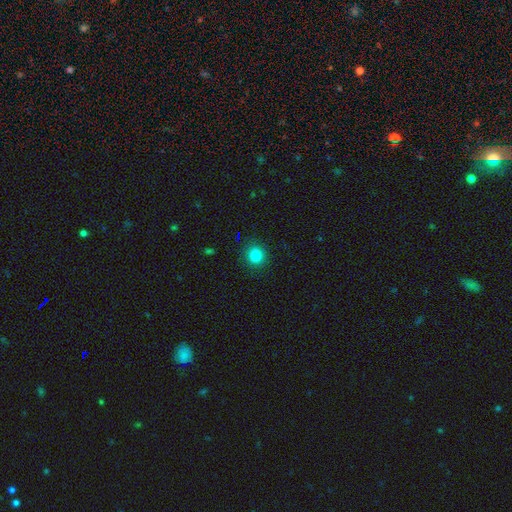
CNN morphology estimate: A smooth galaxy with no disk features (83%) that is round (88%). Merging: none (90%).